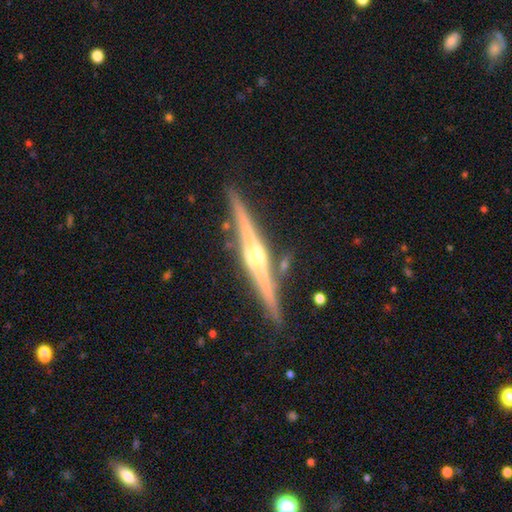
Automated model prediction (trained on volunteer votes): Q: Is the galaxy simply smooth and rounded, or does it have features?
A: featured or disk — 85%.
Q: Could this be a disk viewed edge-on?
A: yes — 98%.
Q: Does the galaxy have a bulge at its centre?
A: rounded — 85%.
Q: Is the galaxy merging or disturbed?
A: none — 87%.